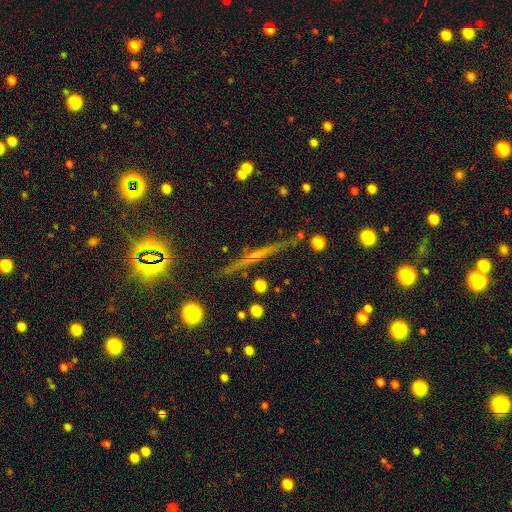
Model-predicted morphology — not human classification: Overall: featured or disk (60%; smooth 22%). Edge-on disk: yes (95%). Edge-on bulge: none (58%; rounded 33%). Merging: none (85%).